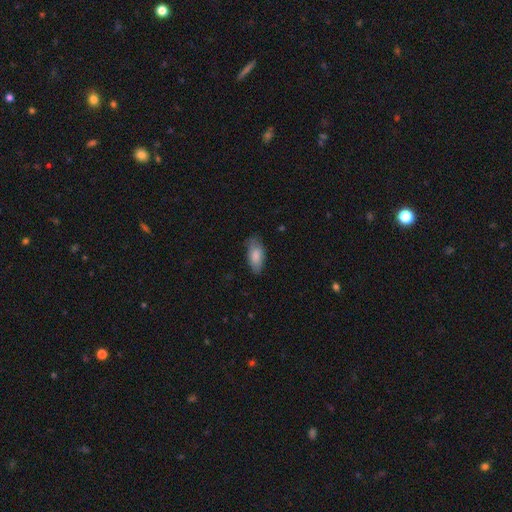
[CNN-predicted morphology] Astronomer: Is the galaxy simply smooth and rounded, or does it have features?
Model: smooth — 83%.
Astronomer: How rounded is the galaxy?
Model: in between — 89%.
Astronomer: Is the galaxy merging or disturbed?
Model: none — 74%.